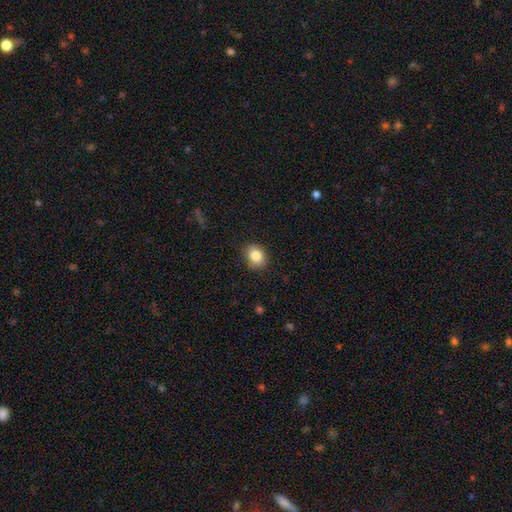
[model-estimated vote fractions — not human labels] This appears to be a smooth galaxy with no disk features (85%) that is in between round and cigar-shaped (53%). Merging: none (84%).